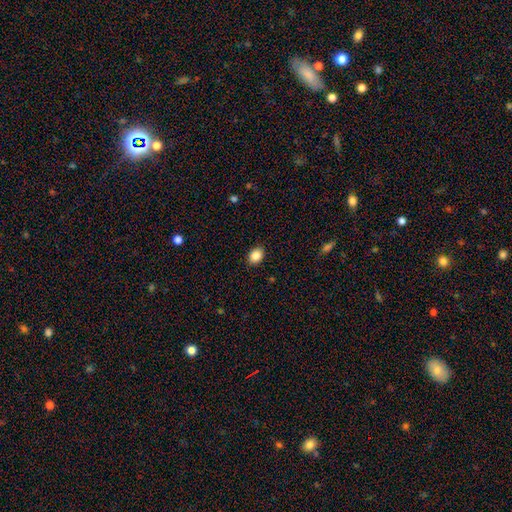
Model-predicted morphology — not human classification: Smooth or featured: smooth — 87% (star or artifact — 9%)
How rounded: in between — 67% (round — 32%)
Merging: none — 90% (minor disturbance — 8%)